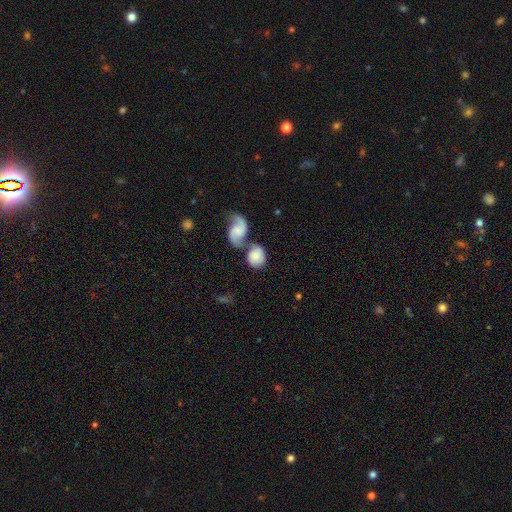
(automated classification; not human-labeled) Morphology: type=smooth (60%); roundness=round (57%); merging=merger (48%).